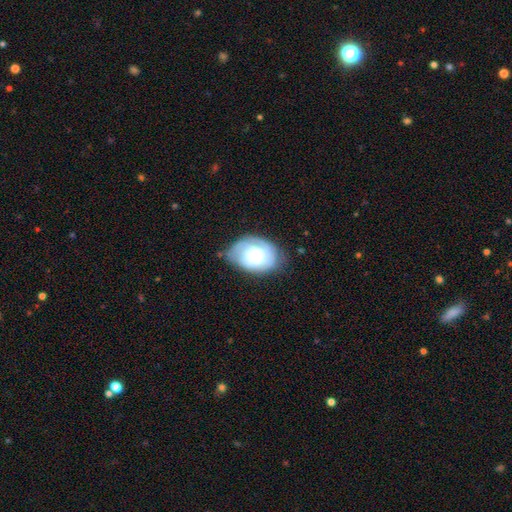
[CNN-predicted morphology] type=featured or disk (49%); merging=none (58%).